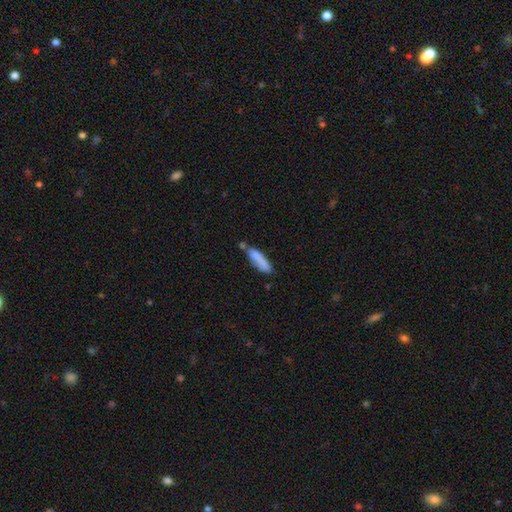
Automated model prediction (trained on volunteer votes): Overall: smooth (78%). How rounded: cigar-shaped (68%; in between 30%). Merging: none (52%; minor disturbance 23%).